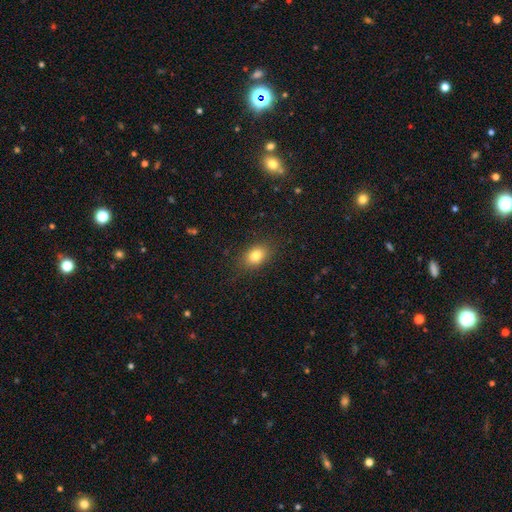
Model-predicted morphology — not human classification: A smooth galaxy with no disk features (82%) that is in between round and cigar-shaped (73%). Merging: none (85%).